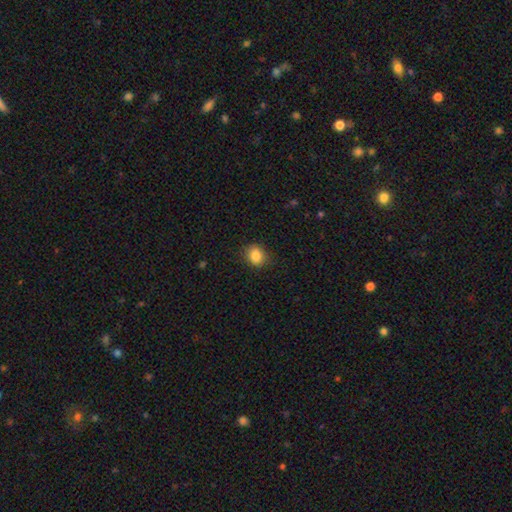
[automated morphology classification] Smooth or featured: smooth — 85% (star or artifact — 10%)
How rounded: round — 60% (in between — 39%)
Merging: none — 84% (minor disturbance — 12%)